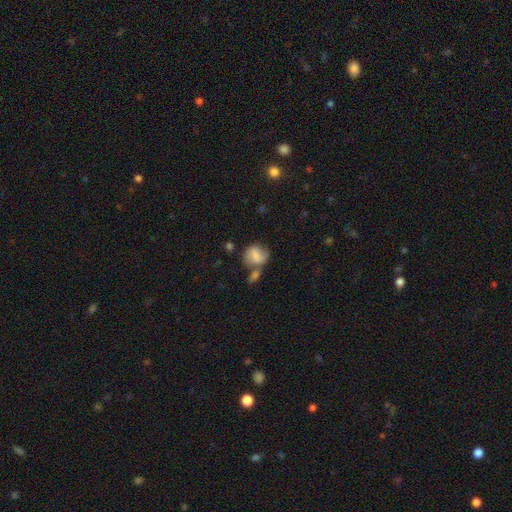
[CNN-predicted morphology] Smooth or featured: smooth — 65% (featured or disk — 26%)
How rounded: round — 60% (in between — 39%)
Merging: none — 37% (merger — 31%)